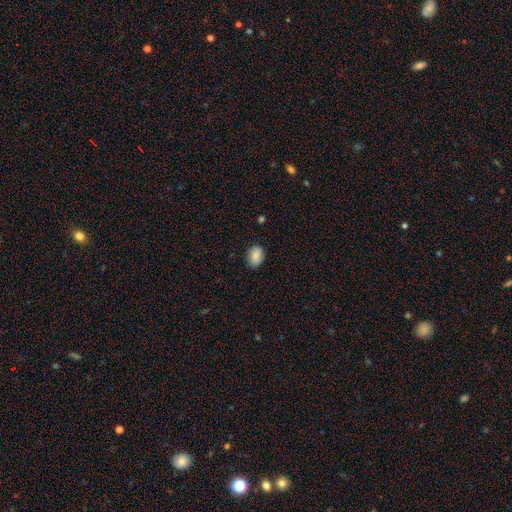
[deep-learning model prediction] This is clearly a smooth galaxy (86%). How rounded: likely in between (73%). Merging: clearly none (84%).